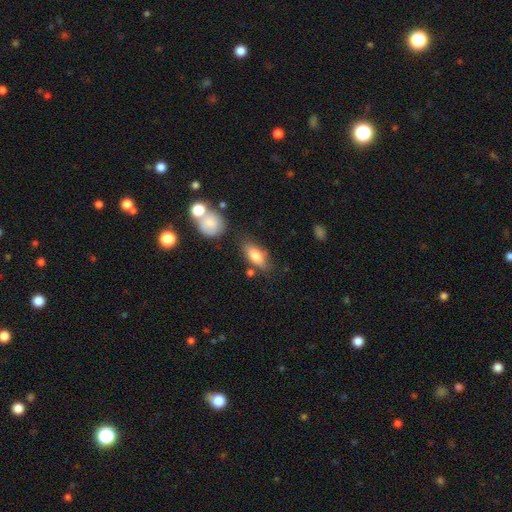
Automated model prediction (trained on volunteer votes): smooth-or-featured: smooth: 78% | featured or disk: 15% | star or artifact: 7%
  how-rounded: in between: 80% | cigar-shaped: 16% | round: 4%
  merging: none: 72% | minor disturbance: 16% | merger: 7% | major disturbance: 4%